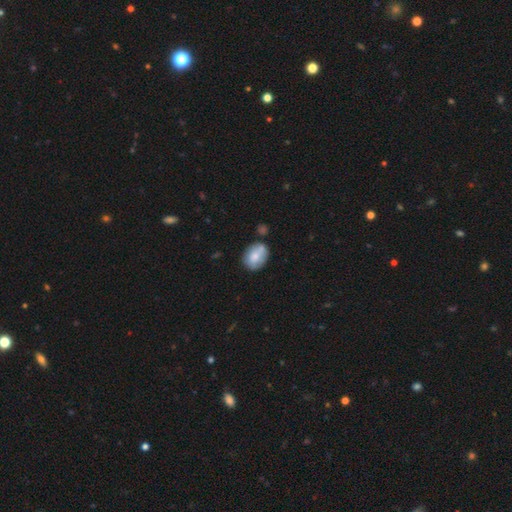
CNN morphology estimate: smooth_or_featured: smooth (p=0.68) [alt: featured or disk p=0.25]
how_rounded: in between (p=0.62) [alt: round p=0.37]
merging: none (p=0.56) [alt: minor disturbance p=0.23]